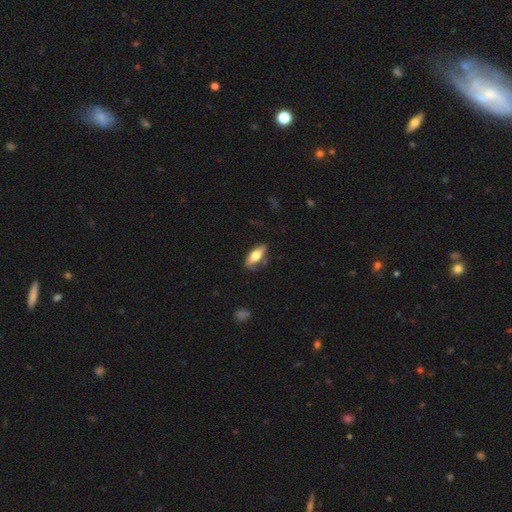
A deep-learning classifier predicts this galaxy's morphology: This appears to be a smooth galaxy with no disk features (69%) that is in between round and cigar-shaped (78%). Merging: none (70%).